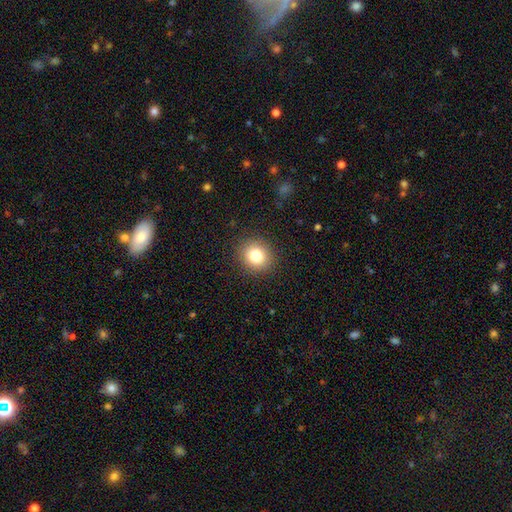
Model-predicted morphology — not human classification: smooth-or-featured: smooth: 81% | star or artifact: 11% | featured or disk: 8%
  how-rounded: round: 85% | in between: 14% | cigar-shaped: 1%
  merging: none: 90% | minor disturbance: 6% | major disturbance: 2% | merger: 1%